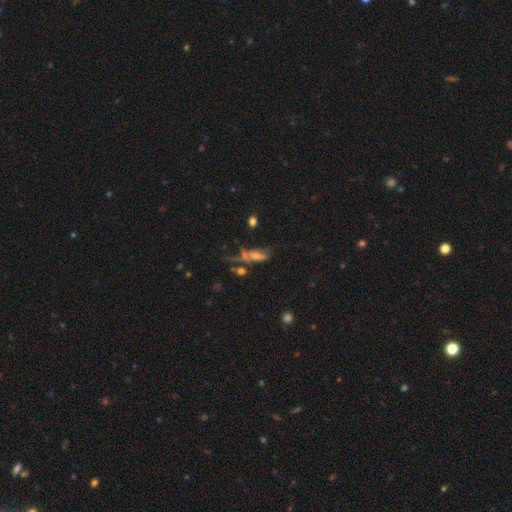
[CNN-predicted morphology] type=smooth (45%); merging=none (30%).